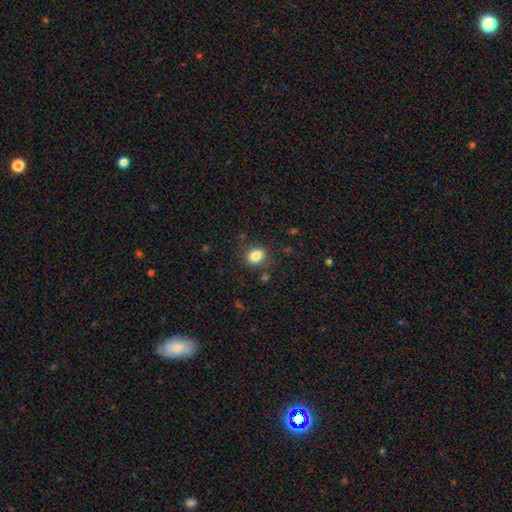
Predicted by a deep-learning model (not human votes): This appears to be a smooth galaxy with no disk features (84%) that is round (61%). Merging: none (82%).